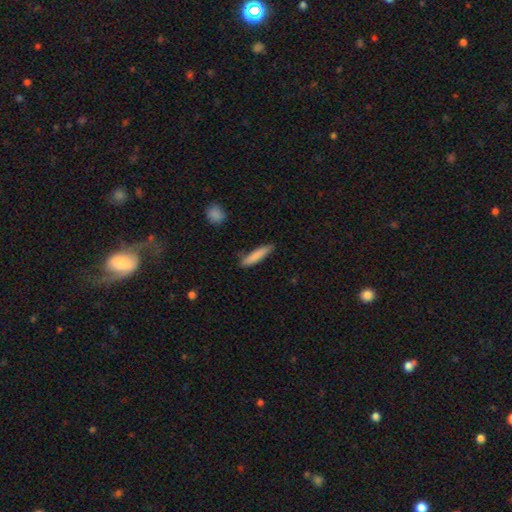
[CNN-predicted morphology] type=smooth (82%); roundness=cigar-shaped (85%); merging=none (82%).